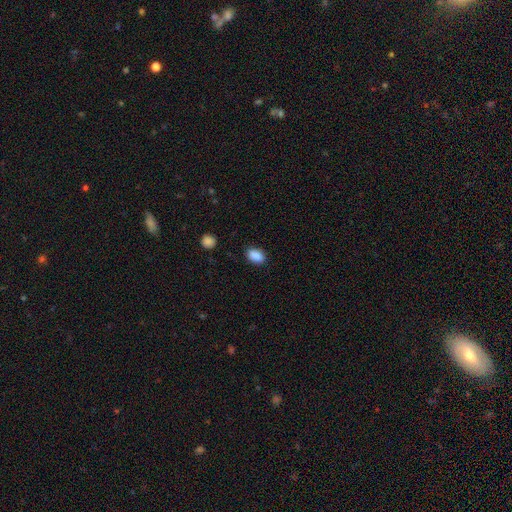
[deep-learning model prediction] Overall: smooth (89%). How rounded: in between (85%). Merging: none (84%).